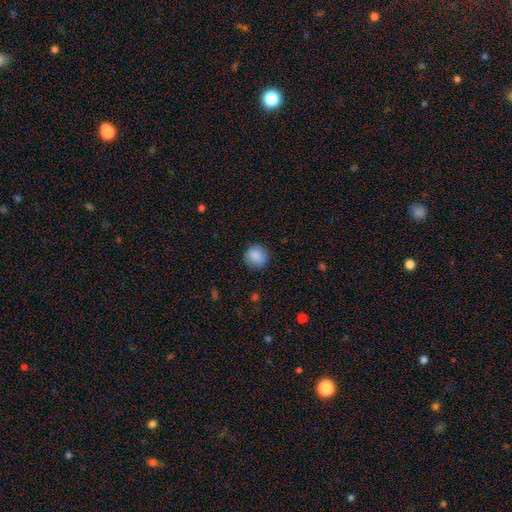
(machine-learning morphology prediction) This is clearly a smooth galaxy (88%). How rounded: clearly round (90%). Merging: clearly none (86%).